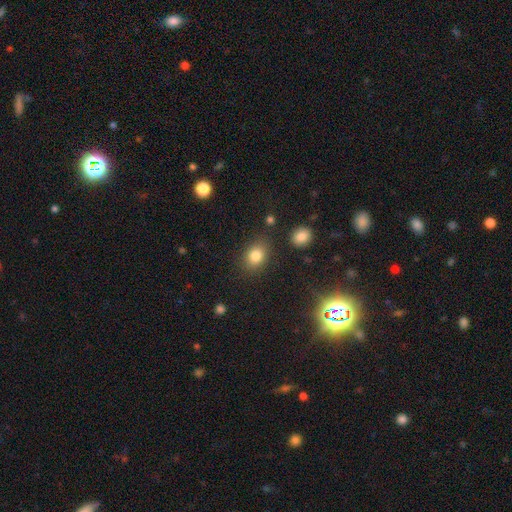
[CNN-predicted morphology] smooth 82%, star or artifact 11%, featured or disk 7%. Down the decision tree: how rounded — in between (59%); merging — none (81%).